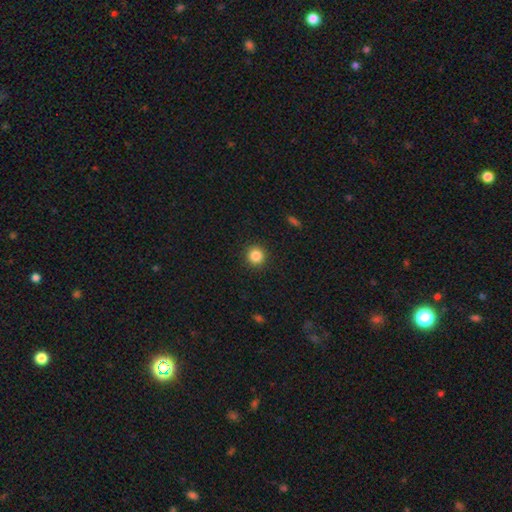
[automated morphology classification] Q: Smooth or featured?
A: smooth (84%); runner-up: star or artifact (11%)
Q: How rounded?
A: round (95%); runner-up: in between (4%)
Q: Merging?
A: none (92%); runner-up: minor disturbance (5%)